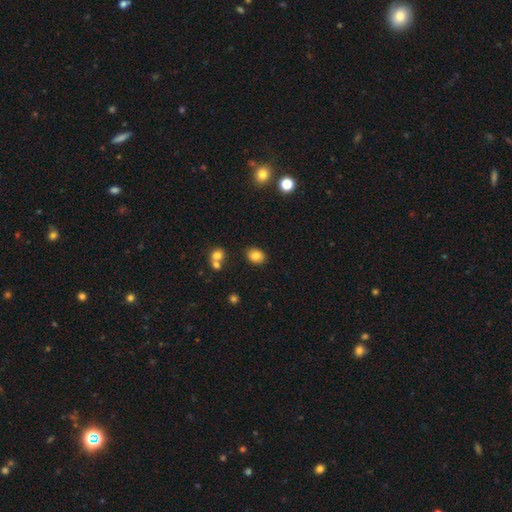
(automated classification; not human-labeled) Smooth or featured? Predicted: smooth (p=0.81). How rounded? Predicted: in between (p=0.60). Merging? Predicted: none (p=0.84).